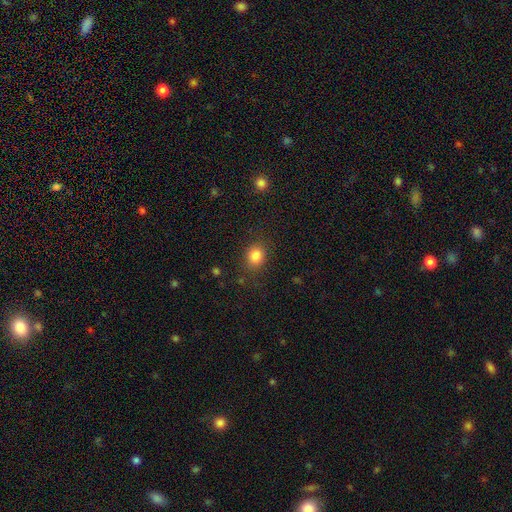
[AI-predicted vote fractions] Q: Smooth or featured?
A: smooth (84%); runner-up: star or artifact (11%)
Q: How rounded?
A: round (61%); runner-up: in between (38%)
Q: Merging?
A: none (83%); runner-up: minor disturbance (11%)